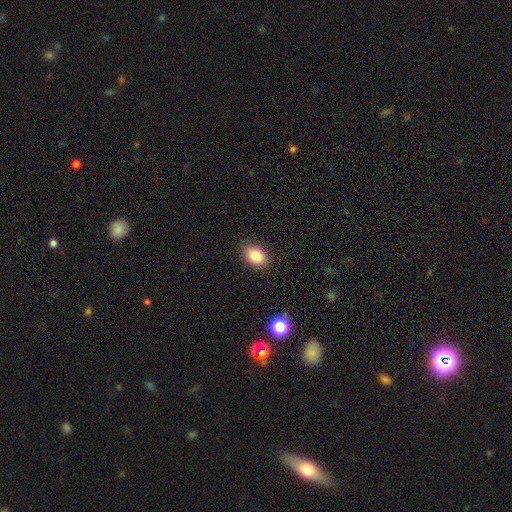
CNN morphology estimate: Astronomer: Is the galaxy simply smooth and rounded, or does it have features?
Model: smooth — 86%.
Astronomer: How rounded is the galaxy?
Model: in between — 74%.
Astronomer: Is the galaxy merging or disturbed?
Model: none — 84%.